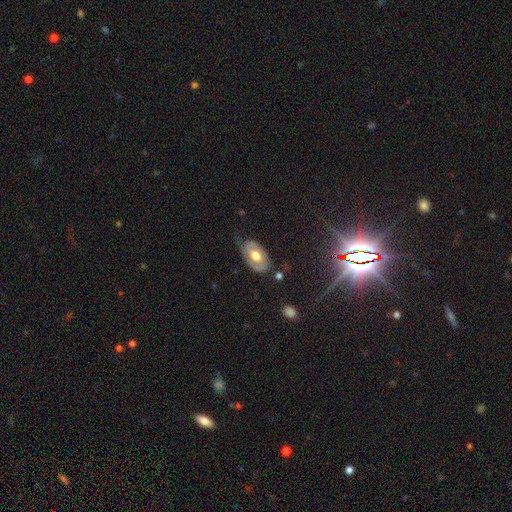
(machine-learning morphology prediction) This appears to be a featured or disk galaxy (53%). Merging: none (60%).